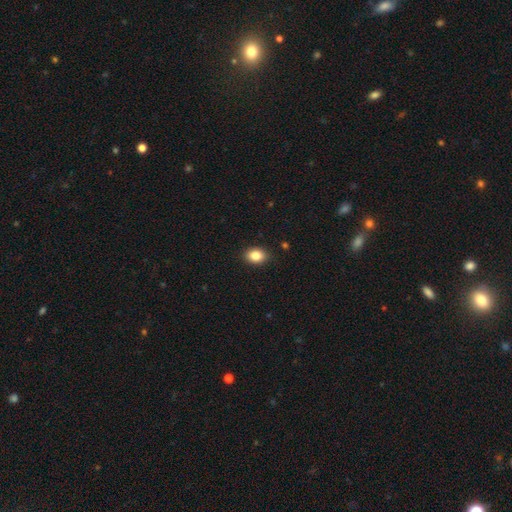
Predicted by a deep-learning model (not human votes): Smooth or featured?
  - smooth: 86% *
  - star or artifact: 9%
  - featured or disk: 5%
How rounded?
  - in between: 72% *
  - round: 26%
  - cigar-shaped: 1%
Merging?
  - none: 89% *
  - minor disturbance: 8%
  - major disturbance: 2%
  - merger: 1%